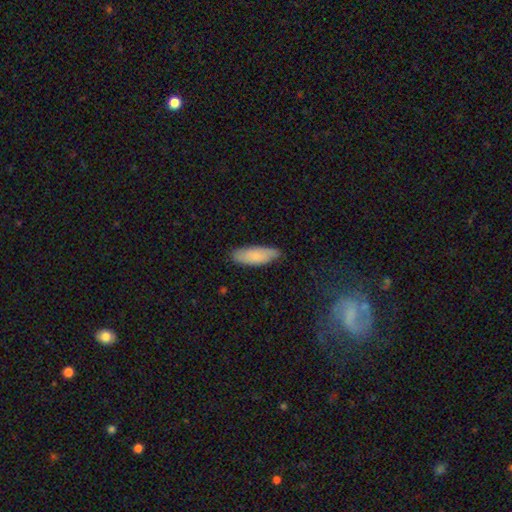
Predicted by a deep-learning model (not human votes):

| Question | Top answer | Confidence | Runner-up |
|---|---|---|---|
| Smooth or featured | smooth | 81% | featured or disk (13%) |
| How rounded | in between | 64% | cigar-shaped (34%) |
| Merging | none | 82% | minor disturbance (15%) |